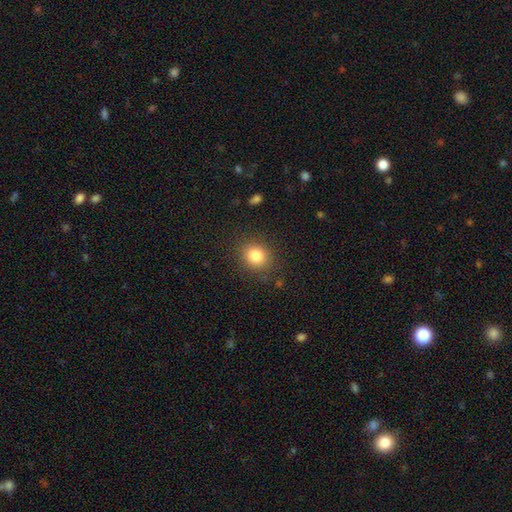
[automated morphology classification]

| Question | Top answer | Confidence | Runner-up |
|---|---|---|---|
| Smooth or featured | smooth | 83% | star or artifact (11%) |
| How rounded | round | 71% | in between (28%) |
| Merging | none | 86% | minor disturbance (9%) |